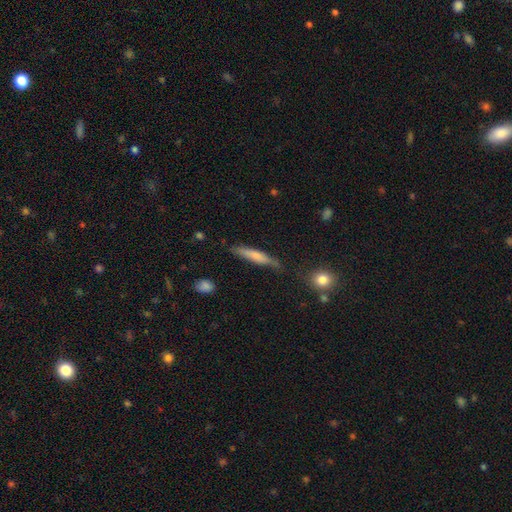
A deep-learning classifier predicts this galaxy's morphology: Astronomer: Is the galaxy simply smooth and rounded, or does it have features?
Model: smooth — 63%.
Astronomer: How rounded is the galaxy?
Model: cigar-shaped — 89%.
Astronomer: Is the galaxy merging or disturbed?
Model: none — 71%.